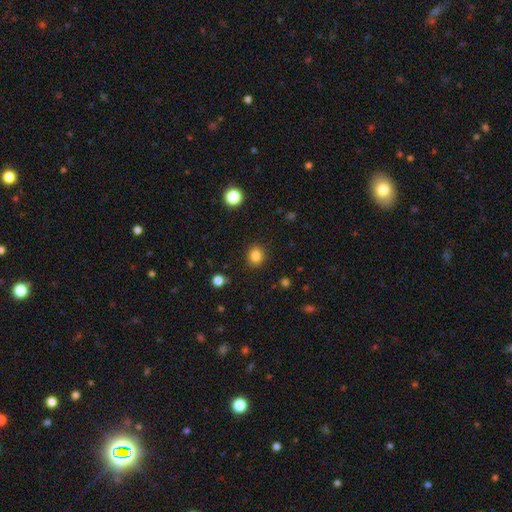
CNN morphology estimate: The model was most divided on "how rounded": round: 77%, in between: 22%, cigar-shaped: 1%. More confident: merging — none (89%); smooth or featured — smooth (84%).